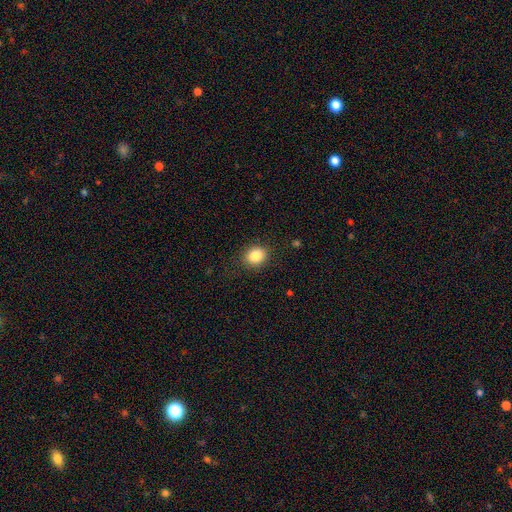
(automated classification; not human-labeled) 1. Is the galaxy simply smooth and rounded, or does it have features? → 84% smooth, 10% star or artifact, 6% featured or disk.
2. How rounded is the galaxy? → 66% round, 34% in between, 1% cigar-shaped.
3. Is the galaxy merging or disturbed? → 87% none, 9% minor disturbance, 3% major disturbance, 1% merger.